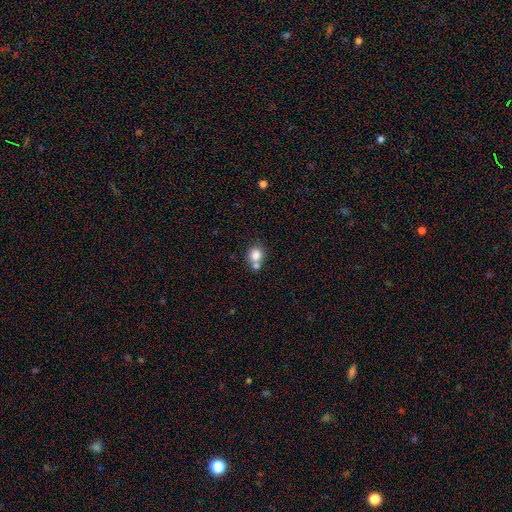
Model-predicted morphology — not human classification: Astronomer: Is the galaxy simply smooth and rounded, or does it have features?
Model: smooth — 80%.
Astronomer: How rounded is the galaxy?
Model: round — 79%.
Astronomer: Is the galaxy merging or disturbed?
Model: none — 49% (runner-up: merger, 39%).